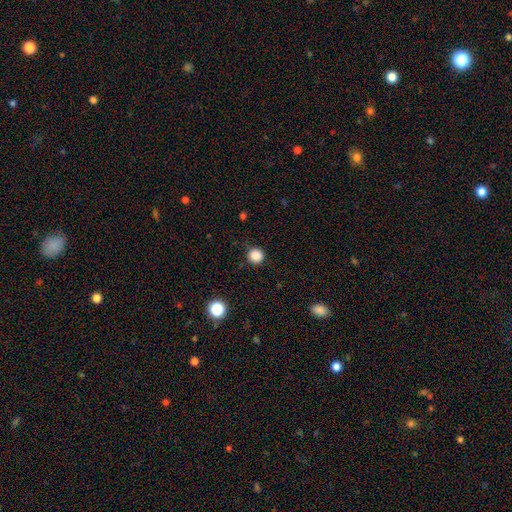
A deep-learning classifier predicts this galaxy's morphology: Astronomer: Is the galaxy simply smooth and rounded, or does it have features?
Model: smooth — 86%.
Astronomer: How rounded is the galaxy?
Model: round — 94%.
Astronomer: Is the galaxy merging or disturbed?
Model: none — 88%.